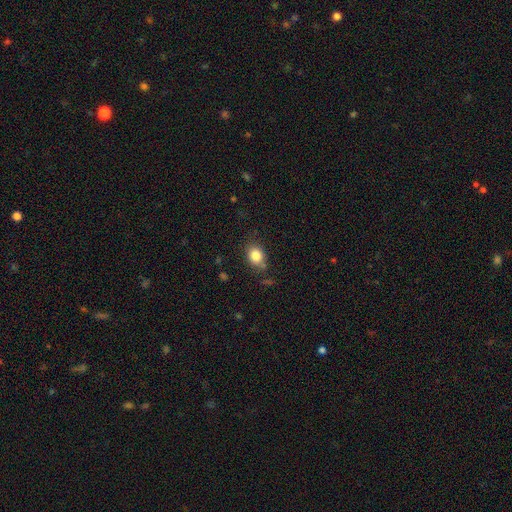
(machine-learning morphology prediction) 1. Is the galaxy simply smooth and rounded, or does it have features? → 84% smooth, 9% star or artifact, 7% featured or disk.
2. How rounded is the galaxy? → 52% in between, 46% round, 1% cigar-shaped.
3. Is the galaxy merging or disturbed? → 76% none, 16% minor disturbance, 4% major disturbance, 4% merger.